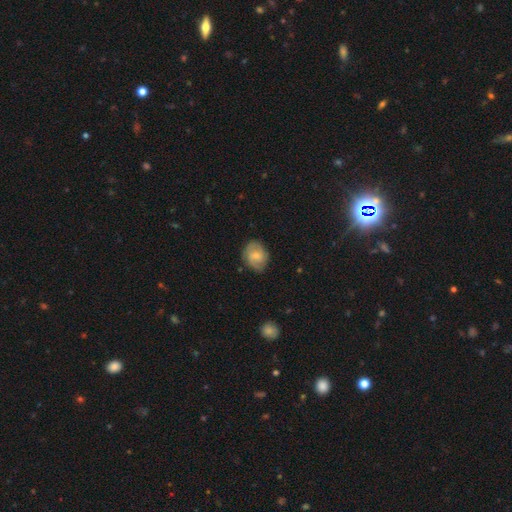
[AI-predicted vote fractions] The model was most divided on "how rounded": in between: 50%, round: 48%, cigar-shaped: 1%. More confident: merging — none (73%); smooth or featured — smooth (53%).